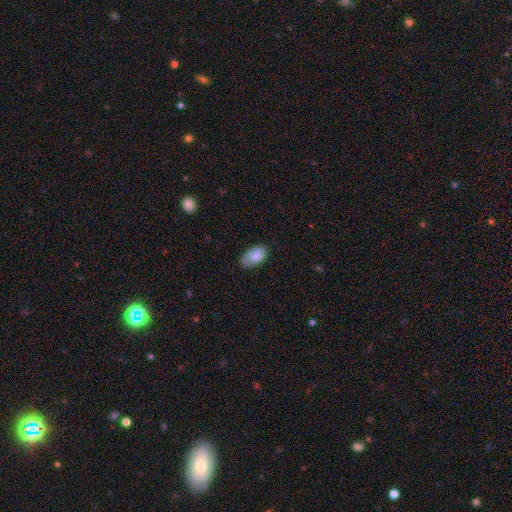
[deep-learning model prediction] The model was most divided on "merging": none: 64%, minor disturbance: 28%, major disturbance: 6%, merger: 2%. More confident: how rounded — in between (93%); smooth or featured — smooth (81%).